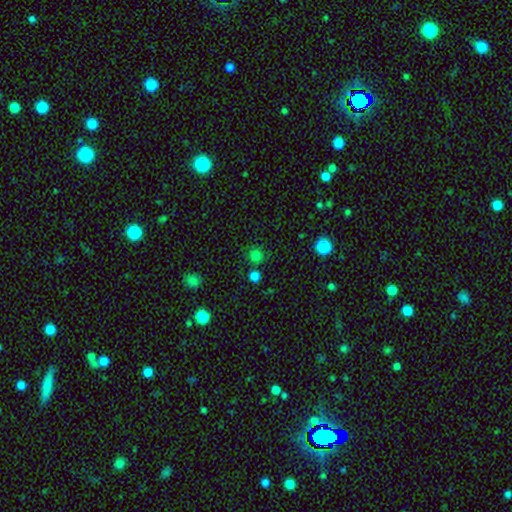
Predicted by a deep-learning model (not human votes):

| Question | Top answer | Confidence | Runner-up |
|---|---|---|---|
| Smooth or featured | smooth | 78% | star or artifact (18%) |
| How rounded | round | 92% | in between (7%) |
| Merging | none | 82% | minor disturbance (8%) |